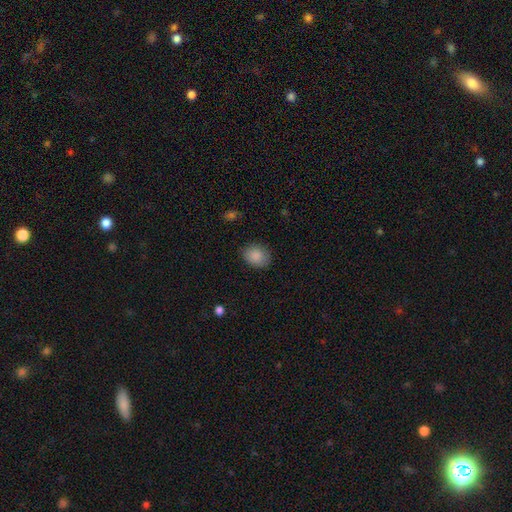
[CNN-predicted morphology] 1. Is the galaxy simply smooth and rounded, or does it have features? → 87% smooth, 8% star or artifact, 5% featured or disk.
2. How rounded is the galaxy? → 58% in between, 41% round, 1% cigar-shaped.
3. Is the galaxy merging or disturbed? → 82% none, 13% minor disturbance, 3% major disturbance, 1% merger.